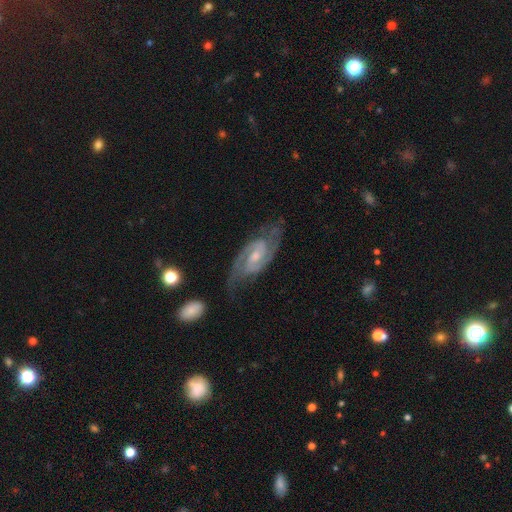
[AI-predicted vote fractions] Morphology: type=featured or disk (91%); edge-on=no (96%); bar=weak (51%); spiral arms=yes (98%); winding=medium (53%); arm count=2 (91%); bulge=small (48%); merging=none (74%).